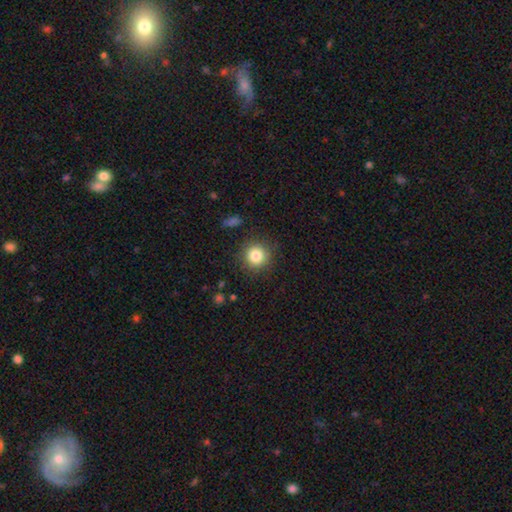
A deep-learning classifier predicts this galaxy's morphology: Smooth or featured: smooth — 82% (star or artifact — 11%)
How rounded: round — 93% (in between — 6%)
Merging: none — 87% (minor disturbance — 8%)